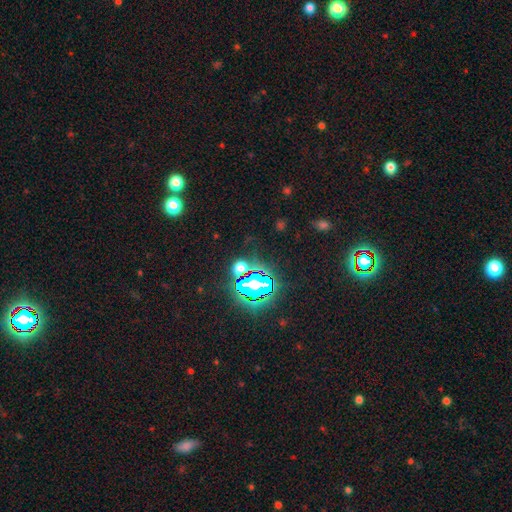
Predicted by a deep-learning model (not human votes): Smooth or featured?
  - star or artifact: 75% *
  - smooth: 17%
  - featured or disk: 9%